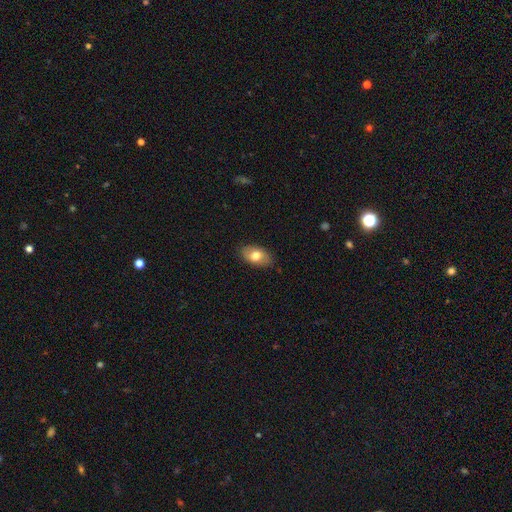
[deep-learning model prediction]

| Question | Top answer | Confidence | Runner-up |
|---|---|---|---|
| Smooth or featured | smooth | 73% | featured or disk (20%) |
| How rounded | in between | 92% | round (6%) |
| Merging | none | 86% | minor disturbance (11%) |